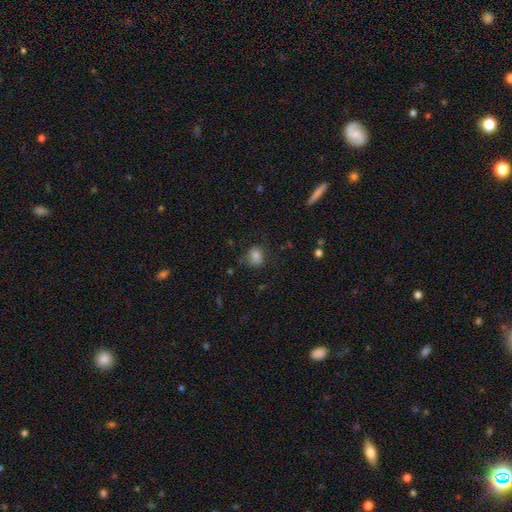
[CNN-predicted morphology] Overall: smooth (81%). How rounded: round (56%; in between 43%). Merging: none (67%).